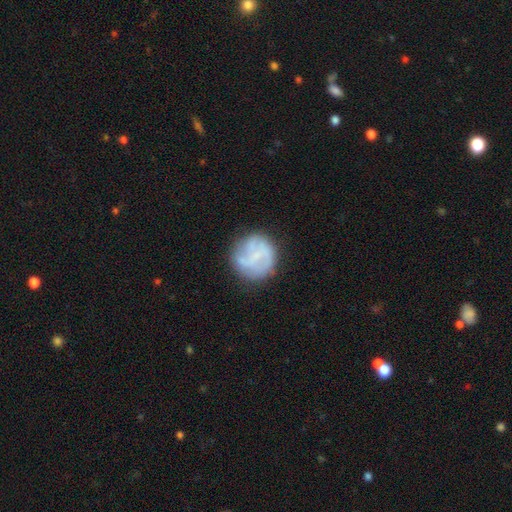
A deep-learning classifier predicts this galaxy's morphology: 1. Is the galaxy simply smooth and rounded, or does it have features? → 52% featured or disk, 40% smooth, 8% star or artifact.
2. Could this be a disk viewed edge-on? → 98% no, 2% yes.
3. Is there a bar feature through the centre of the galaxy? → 58% no, 32% weak, 10% strong.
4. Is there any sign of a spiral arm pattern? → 61% yes, 39% no.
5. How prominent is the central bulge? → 45% none, 41% small, 12% moderate, 2% large, 1% dominant.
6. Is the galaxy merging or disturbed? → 70% none, 18% minor disturbance, 9% major disturbance, 2% merger.